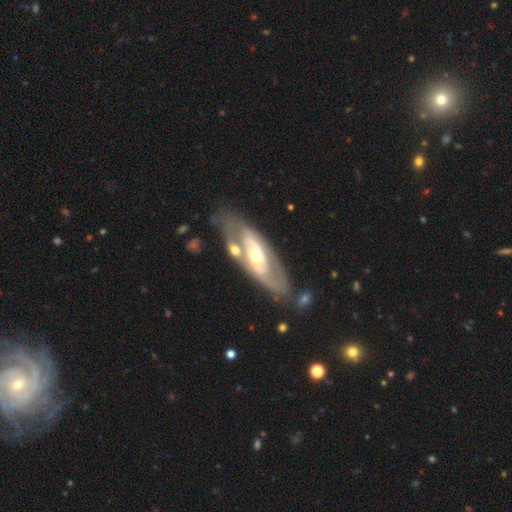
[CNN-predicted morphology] featured or disk 76%, smooth 19%, star or artifact 5%. Down the decision tree: edge-on disk — no (86%); bar — no (57%); spiral arms — yes (55%); bulge size — moderate (58%); merging — none (65%).